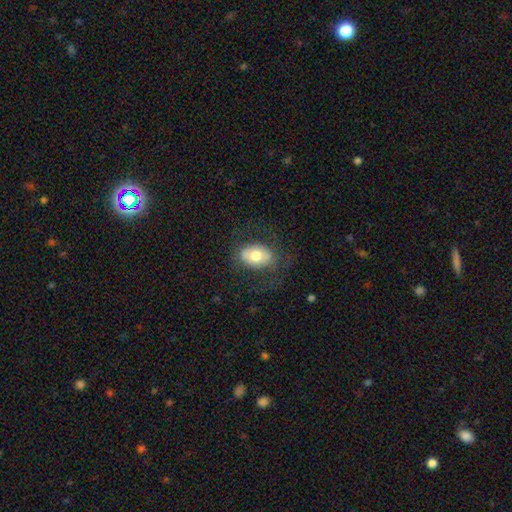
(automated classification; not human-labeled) This appears to be a smooth galaxy with no disk features (63%) that is in between round and cigar-shaped (79%). Merging: none (71%).